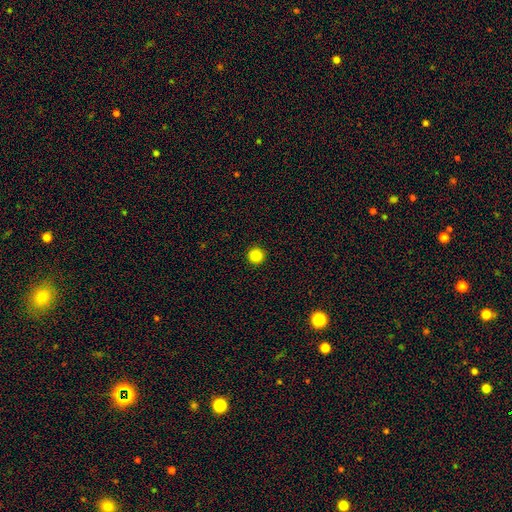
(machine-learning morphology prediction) A smooth galaxy with no disk features (87%) that is round (96%). Merging: none (93%).